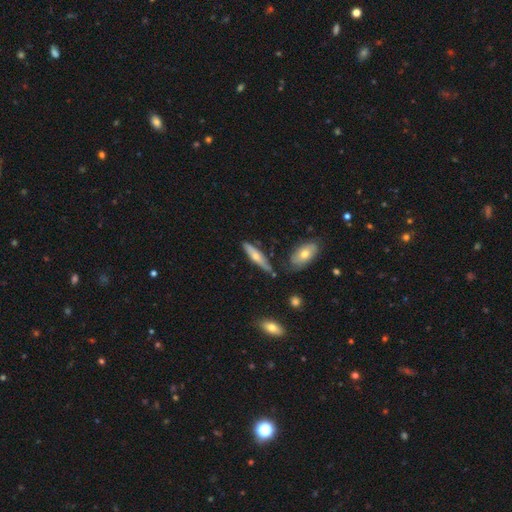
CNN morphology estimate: Overall: smooth (49%; featured or disk 44%). Merging: none (73%).